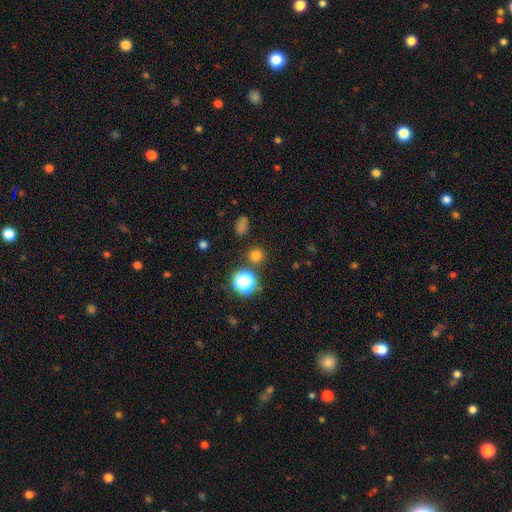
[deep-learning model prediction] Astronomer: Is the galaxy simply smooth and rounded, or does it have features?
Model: smooth — 72%.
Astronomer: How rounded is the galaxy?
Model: round — 89%.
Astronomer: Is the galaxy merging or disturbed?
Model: none — 83%.